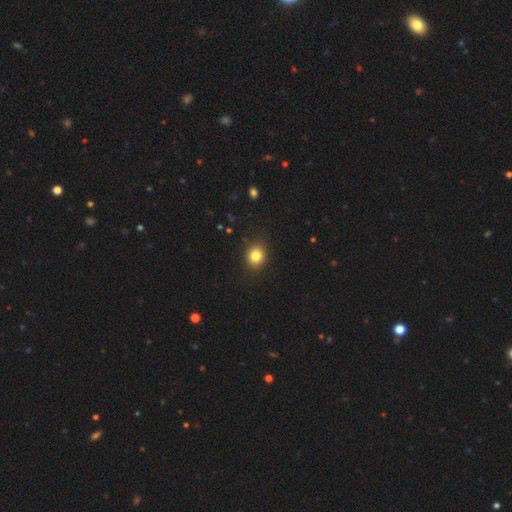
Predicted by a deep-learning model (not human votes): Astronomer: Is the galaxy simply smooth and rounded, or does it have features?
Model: smooth — 82%.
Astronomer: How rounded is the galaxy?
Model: round — 71%.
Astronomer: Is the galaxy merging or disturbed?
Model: none — 88%.